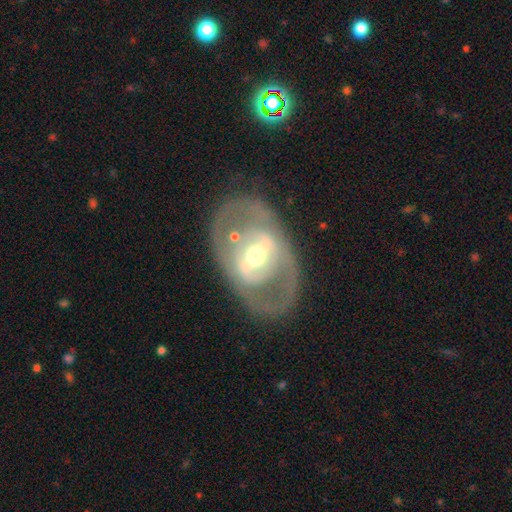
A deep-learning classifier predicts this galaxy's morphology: Overall: featured or disk (78%). Edge-on disk: no (92%). Bar: strong (45%; weak 34%). Spiral arms: no (59%; yes 41%). Bulge size: moderate (64%; small 25%). Merging: none (72%).